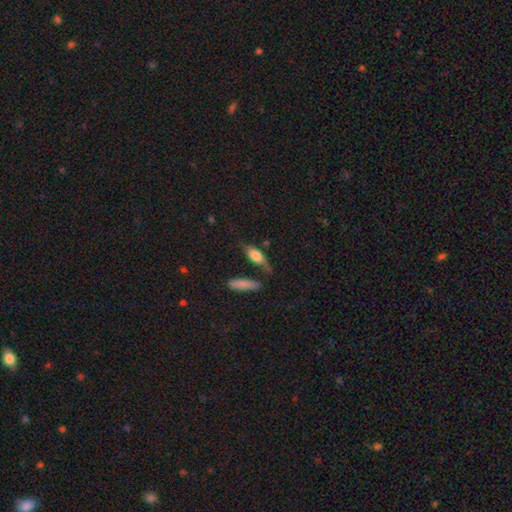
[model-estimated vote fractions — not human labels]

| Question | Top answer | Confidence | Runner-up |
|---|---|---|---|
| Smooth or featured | smooth | 70% | featured or disk (22%) |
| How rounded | in between | 70% | cigar-shaped (25%) |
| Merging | none | 49% | minor disturbance (25%) |